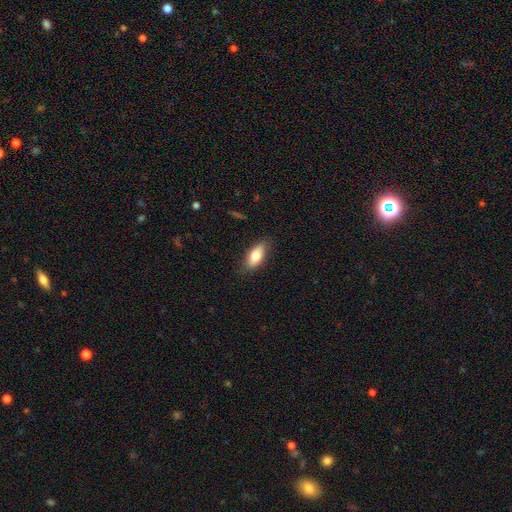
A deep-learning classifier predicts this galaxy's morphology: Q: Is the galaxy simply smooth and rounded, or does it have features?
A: smooth — 76%.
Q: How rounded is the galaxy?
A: in between — 84%.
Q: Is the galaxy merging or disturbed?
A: none — 83%.